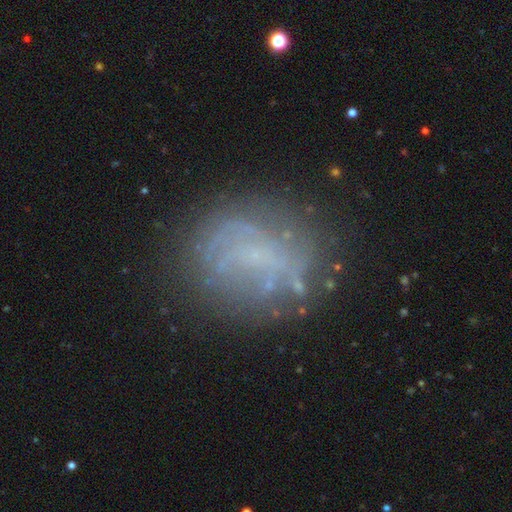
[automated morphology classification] Q: Smooth or featured?
A: featured or disk (53%); runner-up: smooth (32%)
Q: Edge-on disk?
A: no (97%); runner-up: yes (3%)
Q: Bar?
A: no (77%); runner-up: weak (18%)
Q: Spiral arms?
A: no (64%); runner-up: yes (36%)
Q: Bulge size?
A: none (61%); runner-up: small (30%)
Q: Merging?
A: none (66%); runner-up: minor disturbance (18%)